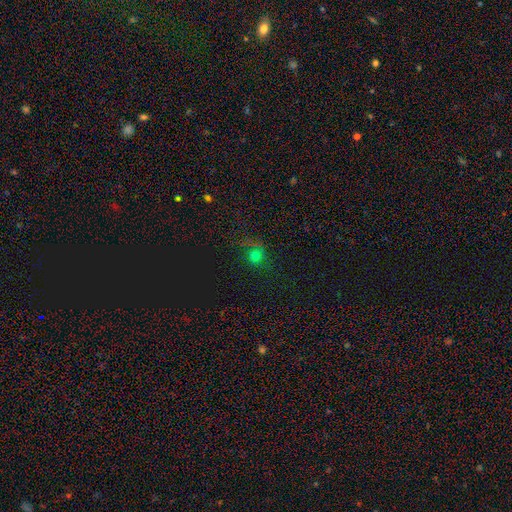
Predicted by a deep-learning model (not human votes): This is possibly a smooth galaxy (57%). How rounded: clearly round (86%). Merging: likely none (64%).